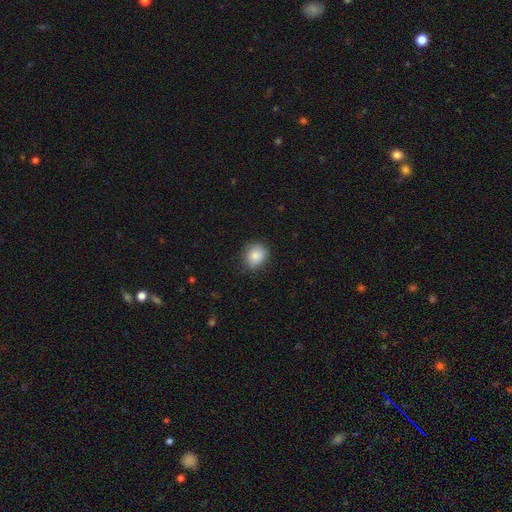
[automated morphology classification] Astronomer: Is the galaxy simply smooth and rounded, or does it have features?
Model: smooth — 86%.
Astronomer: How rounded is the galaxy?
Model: round — 64%.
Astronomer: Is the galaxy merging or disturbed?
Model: none — 78%.